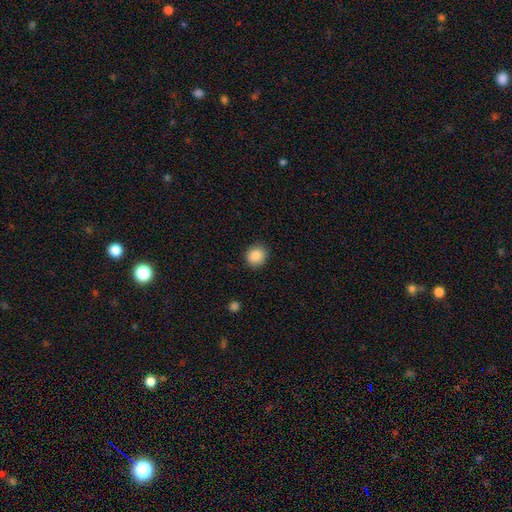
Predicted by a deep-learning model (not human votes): This appears to be a smooth galaxy with no disk features (88%) that is round (84%). Merging: none (88%).